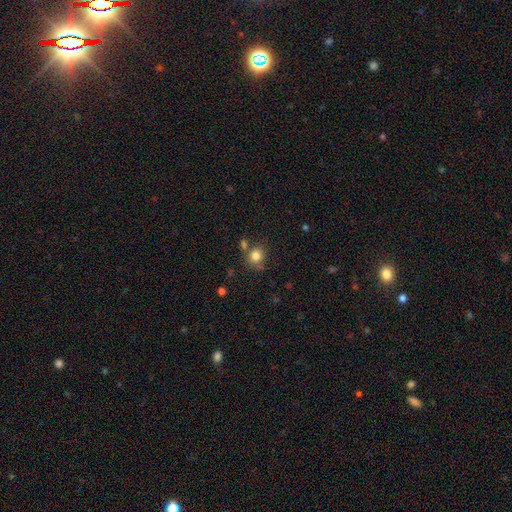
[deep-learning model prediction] This is clearly a smooth galaxy (82%). How rounded: clearly round (83%). Merging: likely none (66%).